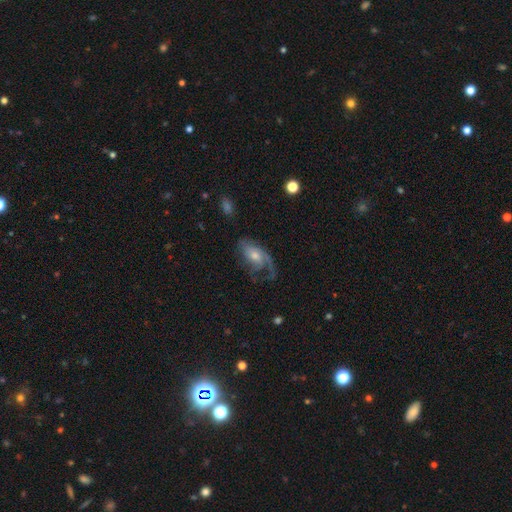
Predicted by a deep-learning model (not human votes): Smooth or featured? featured or disk (71%)
Edge-on disk? no (93%)
Bar? no (69%)
Spiral arms? yes (87%)
Spiral winding? medium (40%)
Spiral arm count? 1 (46%)
Bulge size? moderate (51%)
Merging? none (47%)